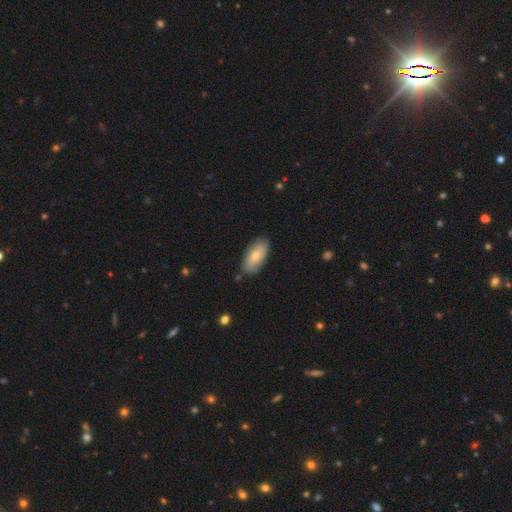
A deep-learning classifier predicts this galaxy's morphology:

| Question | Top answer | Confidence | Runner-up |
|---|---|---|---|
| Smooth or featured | smooth | 74% | featured or disk (20%) |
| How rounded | in between | 91% | cigar-shaped (7%) |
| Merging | none | 79% | minor disturbance (16%) |